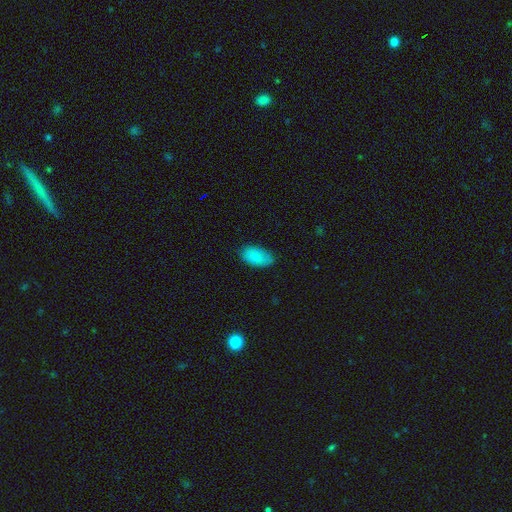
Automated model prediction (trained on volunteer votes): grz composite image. It shows a smooth galaxy with no disk features (88%) that is in between round and cigar-shaped (94%). Merging: none (81%).